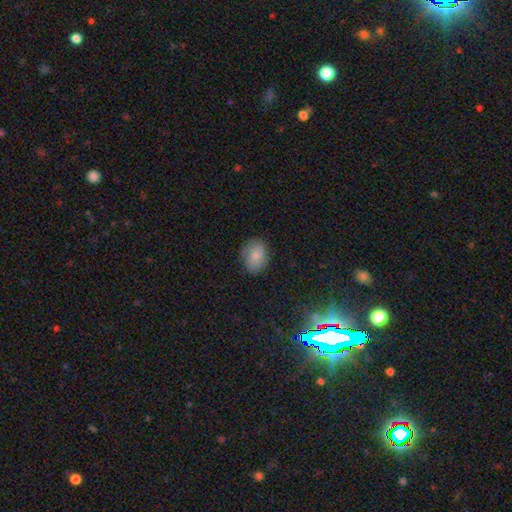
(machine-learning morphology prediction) A smooth galaxy with no disk features (78%) that is in between round and cigar-shaped (64%).

Vote fractions:
- Smooth or featured? smooth: 78% / featured or disk: 14% / star or artifact: 8%
- How rounded? in between: 64% / round: 35% / cigar-shaped: 1%
- Merging? none: 78% / minor disturbance: 17% / major disturbance: 4% / merger: 1%